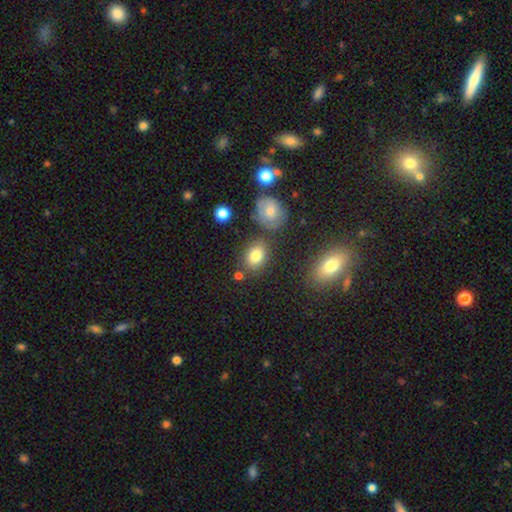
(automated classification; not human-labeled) Q: Smooth or featured?
A: smooth (80%); runner-up: star or artifact (11%)
Q: How rounded?
A: in between (67%); runner-up: round (31%)
Q: Merging?
A: none (74%); runner-up: minor disturbance (13%)